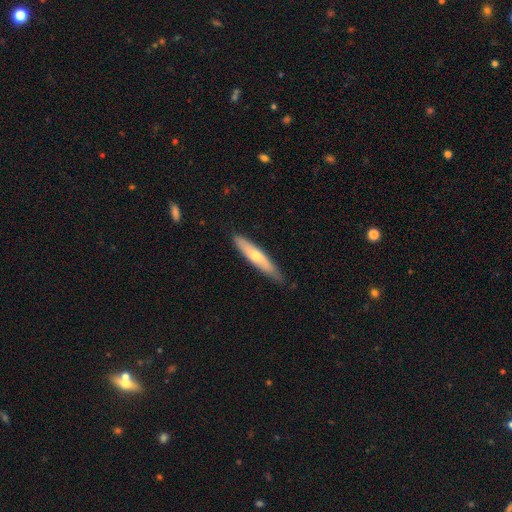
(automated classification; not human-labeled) Smooth or featured? Predicted: smooth (p=0.53). How rounded? Predicted: cigar-shaped (p=0.87). Merging? Predicted: none (p=0.81).